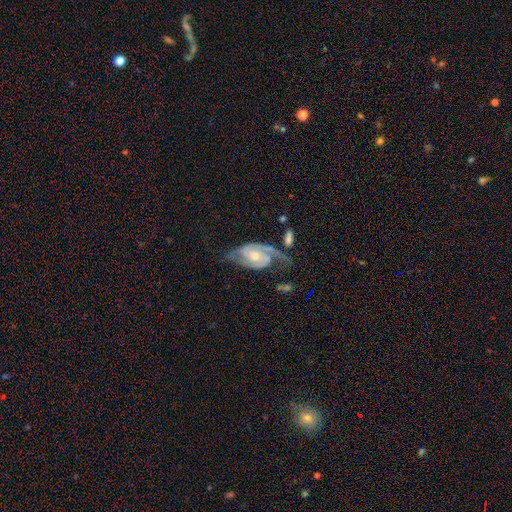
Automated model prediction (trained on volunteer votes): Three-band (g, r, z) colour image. It shows a featured or disk galaxy (87%) with no bar (54%), 2 (84%) medium (48%) spiral arms (96%) and a moderate central bulge (56%). Merging: none (47%).